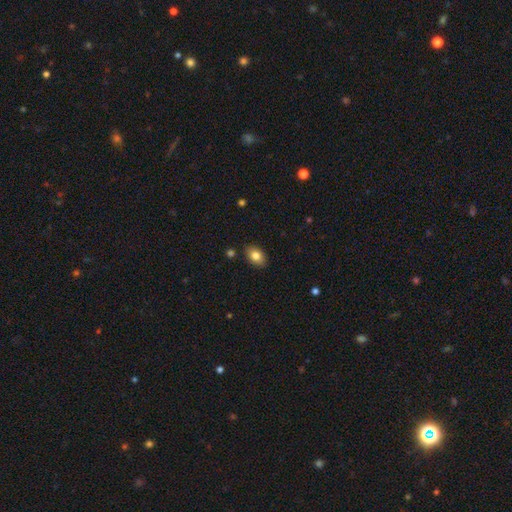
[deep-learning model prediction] smooth_or_featured: smooth (p=0.82) [alt: featured or disk p=0.10]
how_rounded: in between (p=0.85) [alt: round p=0.14]
merging: none (p=0.86) [alt: minor disturbance p=0.10]